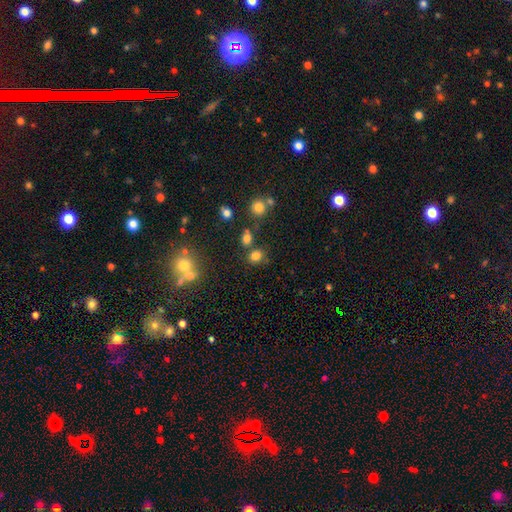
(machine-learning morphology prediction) type=smooth (77%); roundness=round (66%); merging=none (68%).